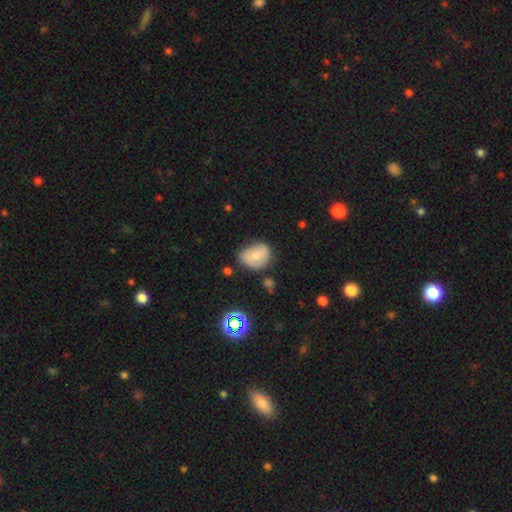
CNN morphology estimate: smooth 63%, featured or disk 28%, star or artifact 9%. Down the decision tree: how rounded — in between (59%); merging — none (60%).